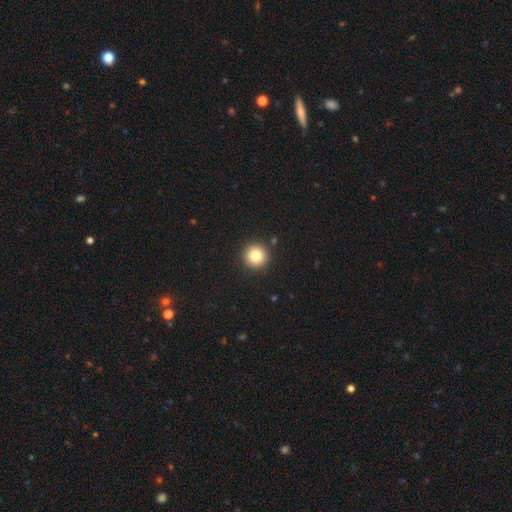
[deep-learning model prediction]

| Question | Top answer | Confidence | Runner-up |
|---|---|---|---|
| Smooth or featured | smooth | 83% | star or artifact (10%) |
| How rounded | round | 95% | in between (4%) |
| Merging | none | 91% | minor disturbance (5%) |